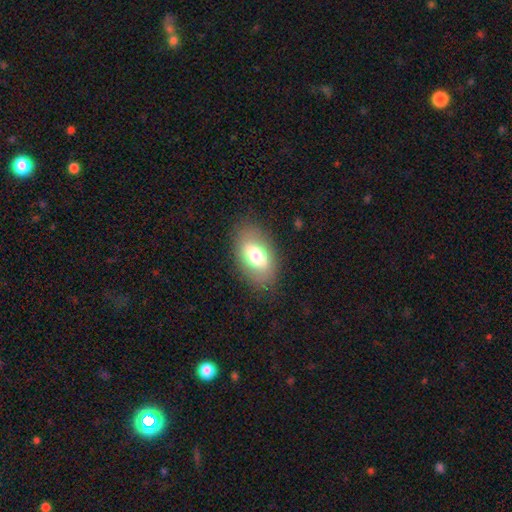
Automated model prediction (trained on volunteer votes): smooth_or_featured: smooth (p=0.70) [alt: featured or disk p=0.21]
how_rounded: in between (p=0.90) [alt: round p=0.09]
merging: none (p=0.82) [alt: minor disturbance p=0.12]